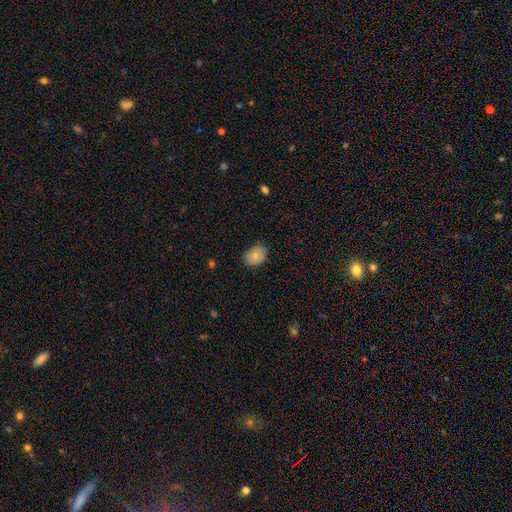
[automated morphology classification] Overall: smooth (82%). How rounded: in between (67%; round 32%). Merging: none (79%).